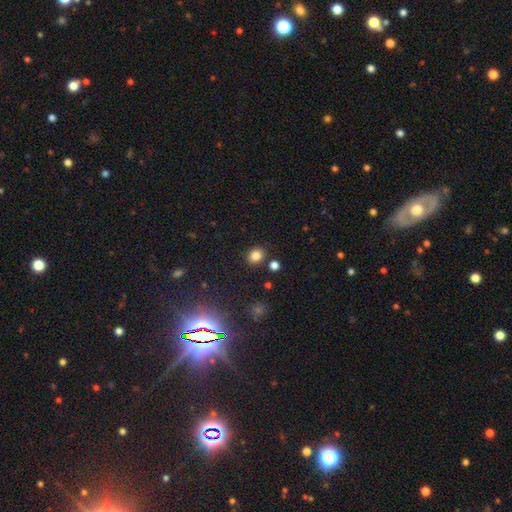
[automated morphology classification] Smooth or featured: smooth — 80% (star or artifact — 14%)
How rounded: round — 71% (in between — 28%)
Merging: none — 85% (minor disturbance — 8%)